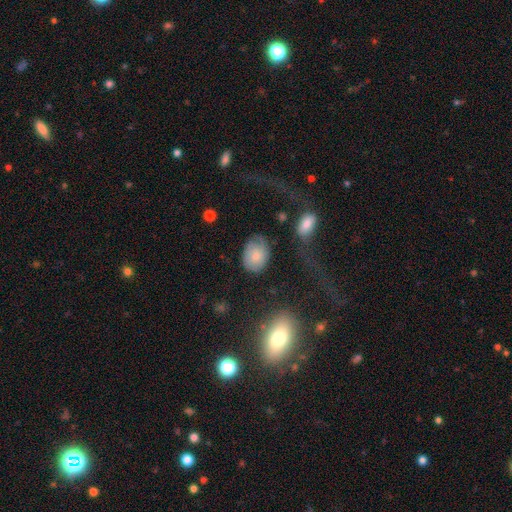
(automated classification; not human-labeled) Q: Smooth or featured?
A: smooth (70%); runner-up: featured or disk (21%)
Q: How rounded?
A: in between (72%); runner-up: round (27%)
Q: Merging?
A: none (58%); runner-up: minor disturbance (28%)